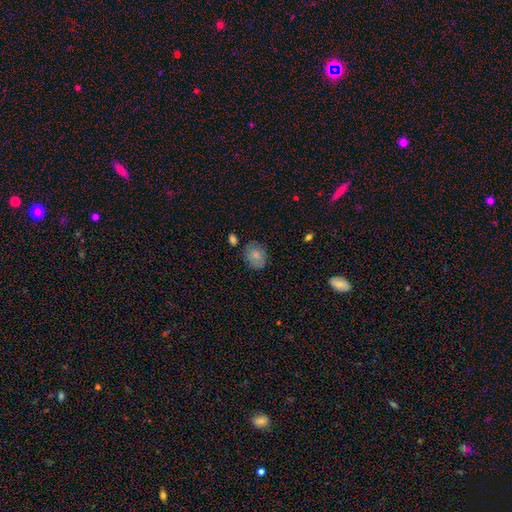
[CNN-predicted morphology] The model was most divided on "how rounded": in between: 54%, round: 45%, cigar-shaped: 1%. More confident: merging — none (75%); smooth or featured — smooth (73%).